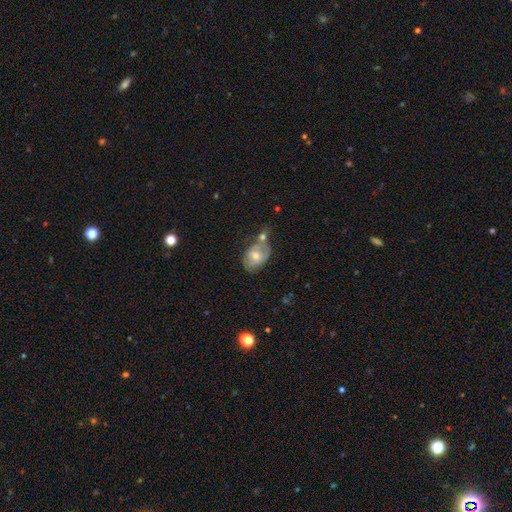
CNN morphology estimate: smooth_or_featured: smooth (p=0.47) [alt: featured or disk p=0.43]
merging: none (p=0.39) [alt: merger p=0.28]